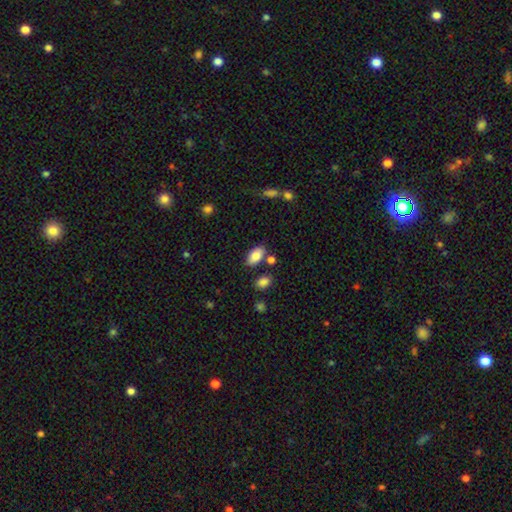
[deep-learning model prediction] Smooth or featured: smooth — 85% (featured or disk — 8%)
How rounded: in between — 93% (round — 5%)
Merging: none — 76% (minor disturbance — 12%)